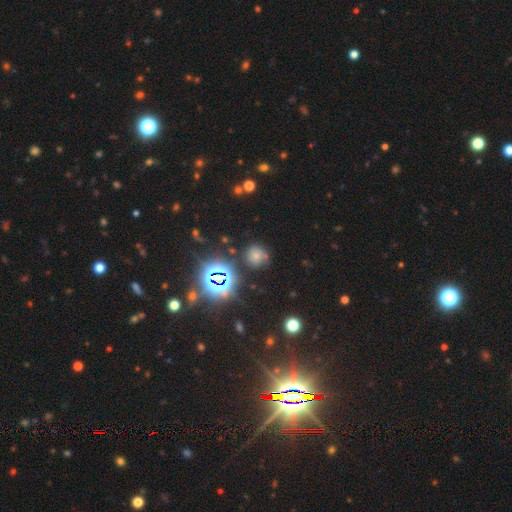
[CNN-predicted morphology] This appears to be a smooth galaxy with no disk features (50%) that is round (84%). Merging: none (68%).